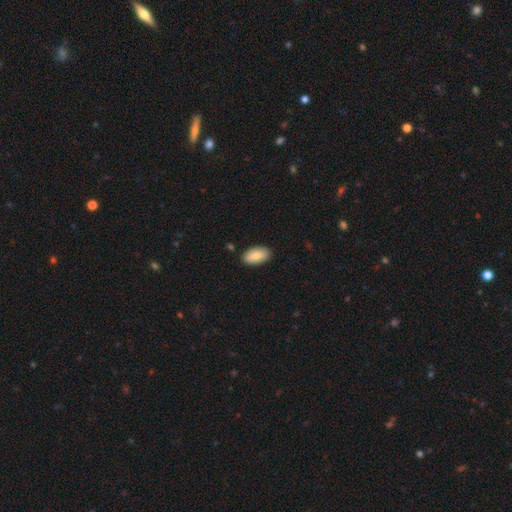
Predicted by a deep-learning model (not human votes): Smooth or featured?
  - smooth: 83% *
  - featured or disk: 11%
  - star or artifact: 6%
How rounded?
  - in between: 94% *
  - cigar-shaped: 3%
  - round: 3%
Merging?
  - none: 88% *
  - minor disturbance: 9%
  - major disturbance: 2%
  - merger: 1%